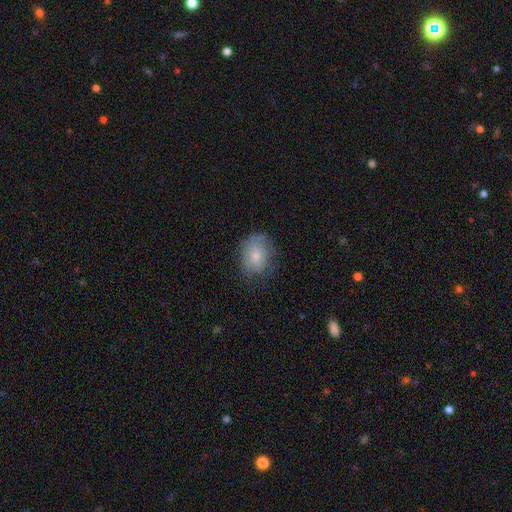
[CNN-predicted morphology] smooth 70%, featured or disk 22%, star or artifact 8%. Down the decision tree: how rounded — round (52%); merging — none (61%).